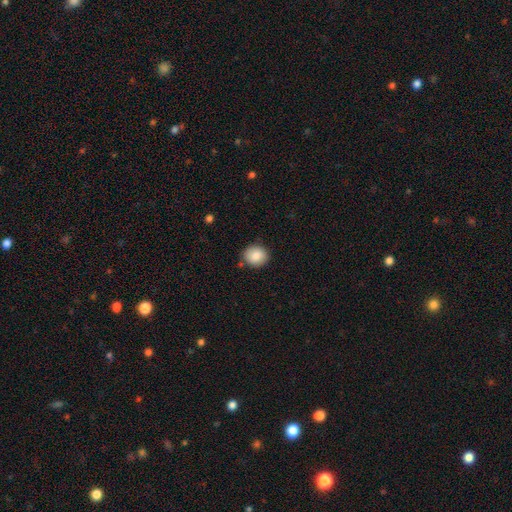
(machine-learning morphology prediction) smooth 86%, star or artifact 8%, featured or disk 6%. Down the decision tree: how rounded — round (78%); merging — none (85%).